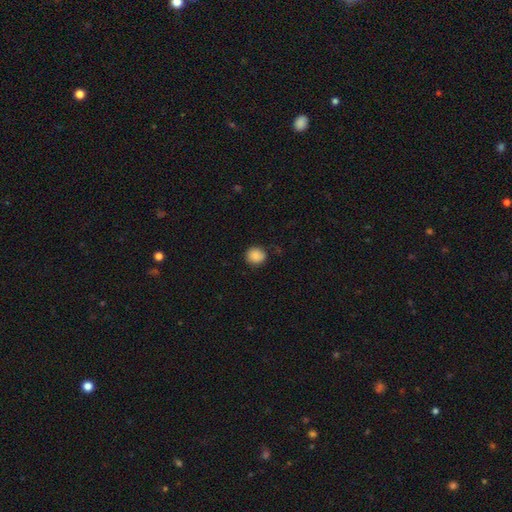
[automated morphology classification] smooth_or_featured: smooth (p=0.88) [alt: star or artifact p=0.09]
how_rounded: round (p=0.81) [alt: in between p=0.18]
merging: none (p=0.80) [alt: minor disturbance p=0.15]